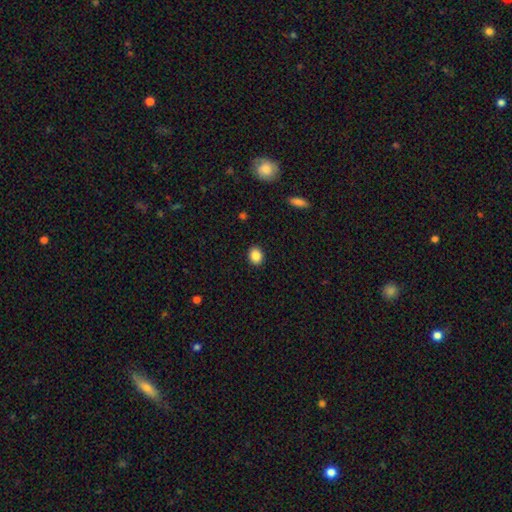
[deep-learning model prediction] Overall: smooth (87%). How rounded: round (53%; in between 46%). Merging: none (91%).